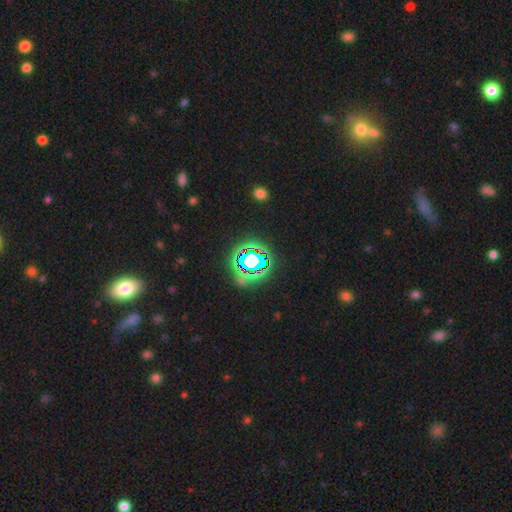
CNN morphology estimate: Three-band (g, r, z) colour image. It shows a star or artifact, not a galaxy (75%).